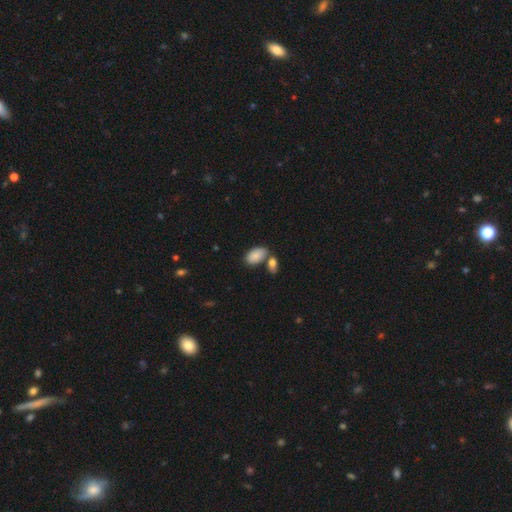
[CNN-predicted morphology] type=smooth (86%); roundness=in between (94%); merging=none (57%).